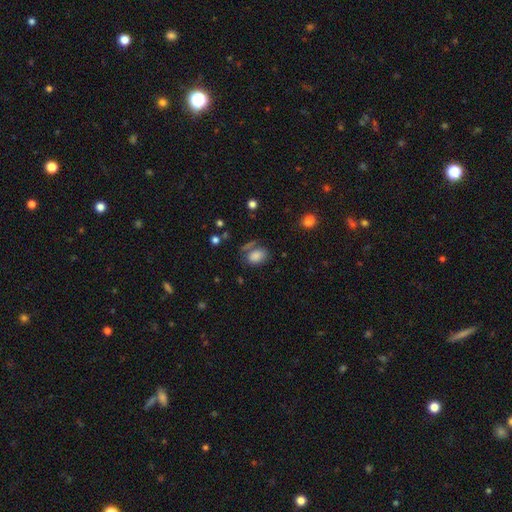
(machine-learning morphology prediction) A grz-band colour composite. It shows a smooth galaxy with no disk features (81%) that is in between round and cigar-shaped (76%). Merging: none (59%).